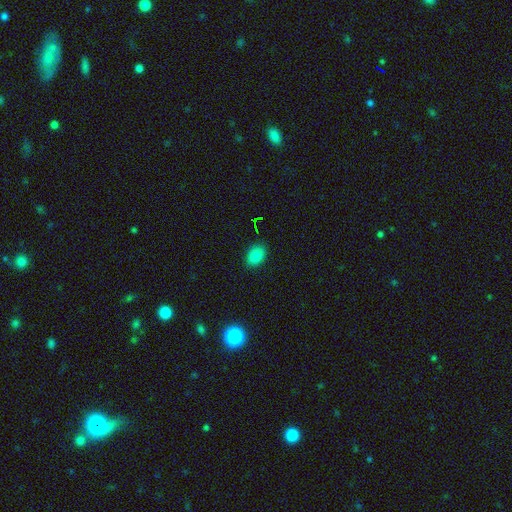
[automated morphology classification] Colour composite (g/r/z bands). It shows a smooth galaxy with no disk features (84%) that is in between round and cigar-shaped (82%). Merging: none (86%).